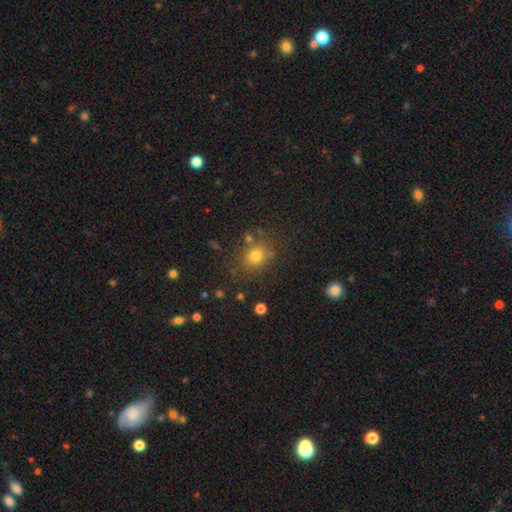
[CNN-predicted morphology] smooth 75%, star or artifact 17%, featured or disk 8%. Down the decision tree: how rounded — round (76%); merging — none (78%).